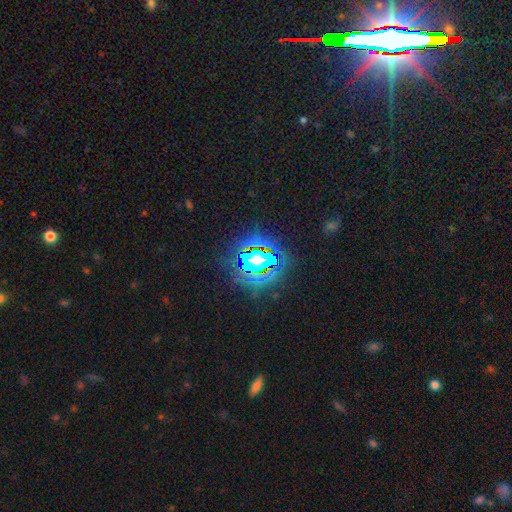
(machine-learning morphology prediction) Smooth or featured: star or artifact — 74% (smooth — 15%)